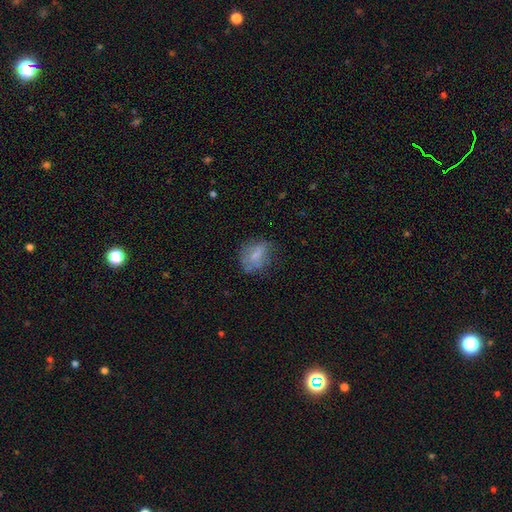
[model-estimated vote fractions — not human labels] Smooth or featured: smooth — 60% (featured or disk — 30%)
How rounded: in between — 60% (round — 37%)
Merging: none — 53% (minor disturbance — 27%)